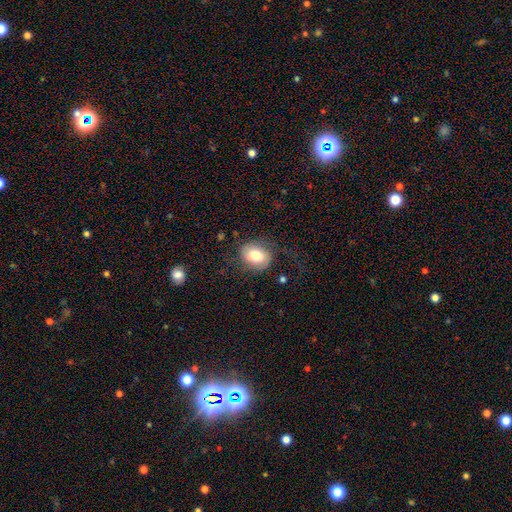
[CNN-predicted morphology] Smooth or featured? Predicted: smooth (p=0.64). How rounded? Predicted: in between (p=0.56). Merging? Predicted: none (p=0.59).